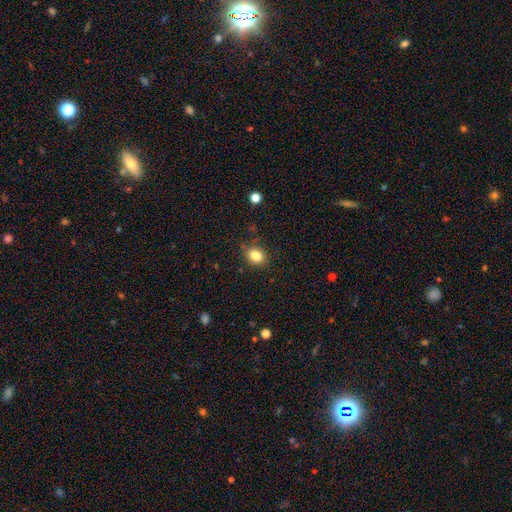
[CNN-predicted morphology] Smooth or featured?
  - smooth: 84% *
  - star or artifact: 11%
  - featured or disk: 6%
How rounded?
  - in between: 50% *
  - round: 49%
  - cigar-shaped: 1%
Merging?
  - none: 81% *
  - minor disturbance: 13%
  - major disturbance: 3%
  - merger: 2%